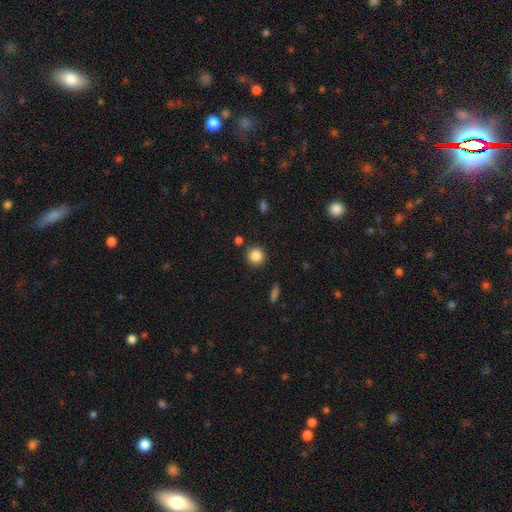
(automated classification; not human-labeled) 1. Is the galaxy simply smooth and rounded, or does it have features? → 85% smooth, 9% star or artifact, 5% featured or disk.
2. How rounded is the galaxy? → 93% round, 6% in between, 1% cigar-shaped.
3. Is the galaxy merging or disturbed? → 87% none, 7% minor disturbance, 4% merger, 2% major disturbance.